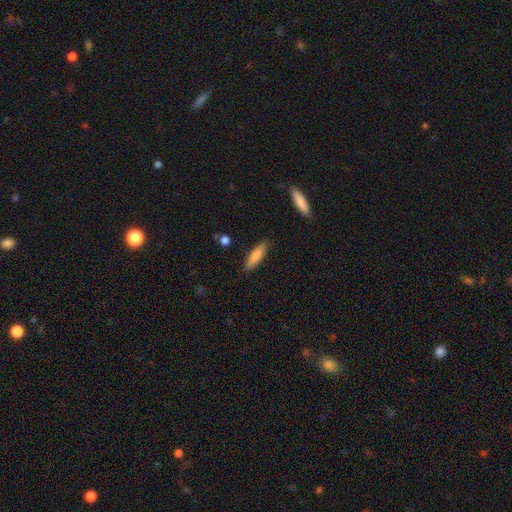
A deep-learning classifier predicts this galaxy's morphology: Overall: smooth (80%). How rounded: cigar-shaped (66%; in between 32%). Merging: none (86%).